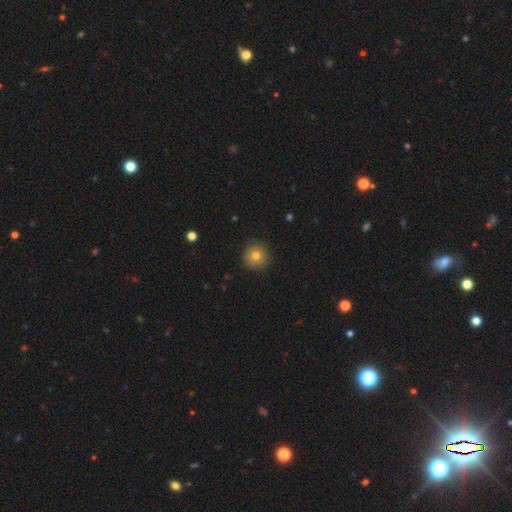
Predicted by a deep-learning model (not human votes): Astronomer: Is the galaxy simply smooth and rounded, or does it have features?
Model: smooth — 77%.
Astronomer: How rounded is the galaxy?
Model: round — 95%.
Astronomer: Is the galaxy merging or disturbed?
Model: none — 90%.